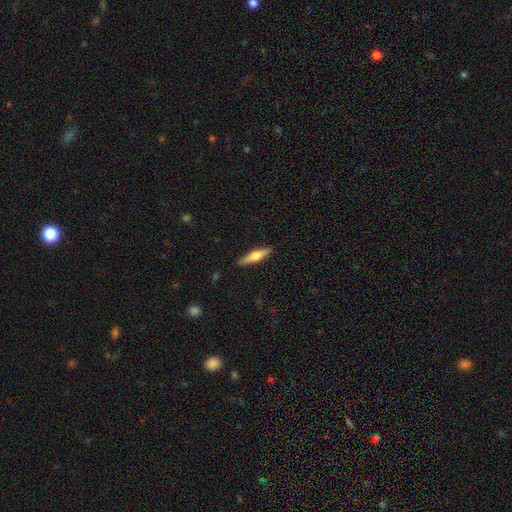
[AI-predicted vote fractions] smooth-or-featured: featured or disk: 53% | smooth: 41% | star or artifact: 6%
  disk-edge-on: yes: 96% | no: 4%
    edge-on-bulge: rounded: 89% | boxy: 8% | none: 4%
  merging: none: 90% | minor disturbance: 8% | major disturbance: 2% | merger: 1%